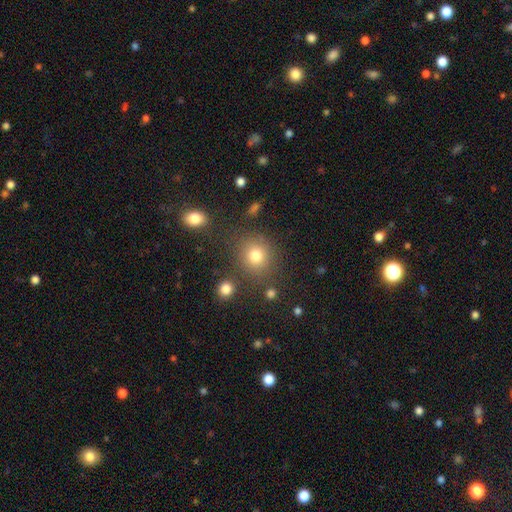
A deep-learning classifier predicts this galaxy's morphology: smooth_or_featured: smooth (p=0.78) [alt: star or artifact p=0.14]
how_rounded: round (p=0.83) [alt: in between p=0.16]
merging: none (p=0.80) [alt: minor disturbance p=0.10]